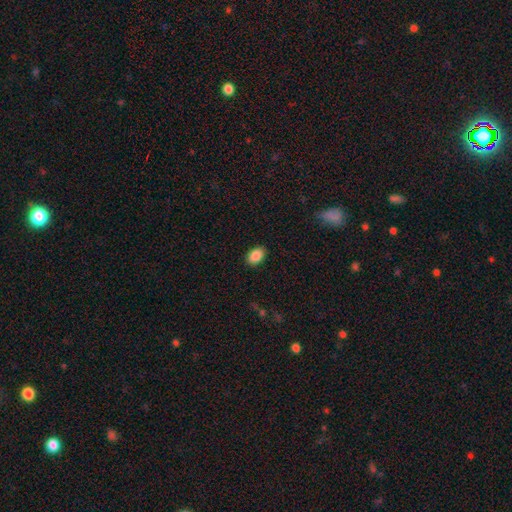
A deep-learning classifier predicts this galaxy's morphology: Smooth or featured? smooth (88%)
How rounded? in between (85%)
Merging? none (89%)